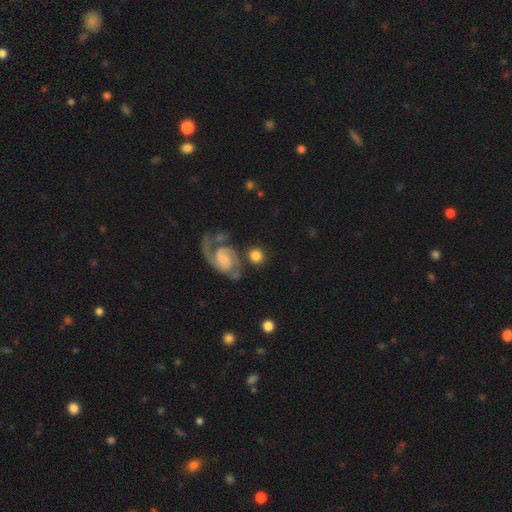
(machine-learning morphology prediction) Q: Smooth or featured?
A: smooth (63%); runner-up: featured or disk (29%)
Q: How rounded?
A: round (86%); runner-up: in between (12%)
Q: Merging?
A: none (69%); runner-up: merger (13%)